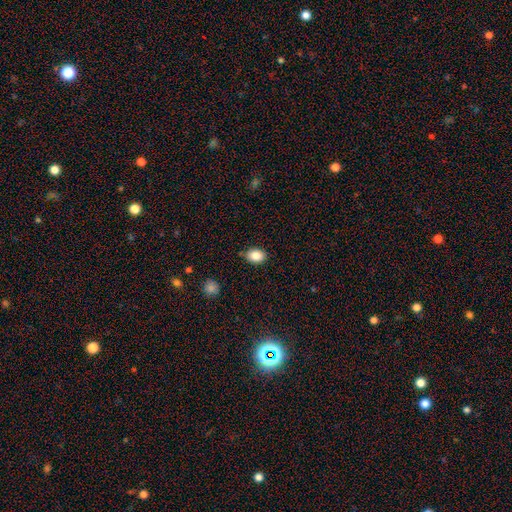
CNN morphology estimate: This appears to be a smooth galaxy with no disk features (86%) that is in between round and cigar-shaped (73%). Merging: none (82%).